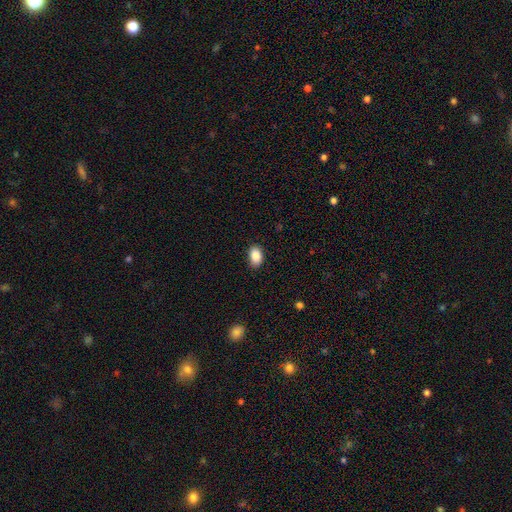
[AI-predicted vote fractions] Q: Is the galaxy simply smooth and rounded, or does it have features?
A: smooth — 87%.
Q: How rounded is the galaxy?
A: in between — 87%.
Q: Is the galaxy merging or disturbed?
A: none — 86%.